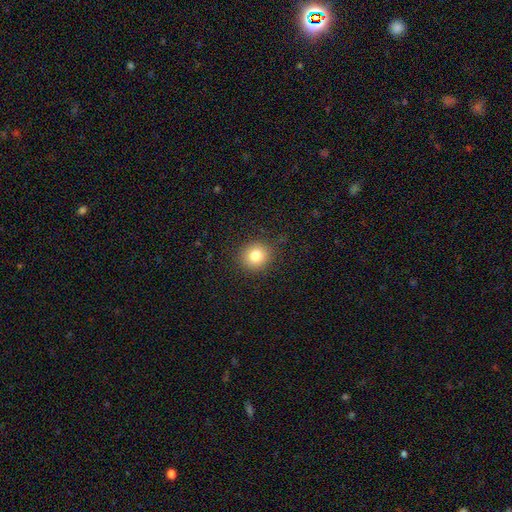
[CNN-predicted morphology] This appears to be a smooth galaxy with no disk features (81%) that is round (88%). Merging: none (88%).